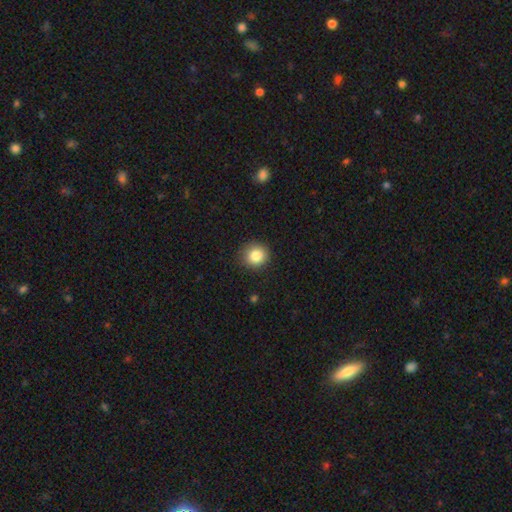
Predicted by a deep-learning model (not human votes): The model was most divided on "smooth or featured": smooth: 85%, star or artifact: 10%, featured or disk: 6%. More confident: how rounded — round (90%); merging — none (88%).